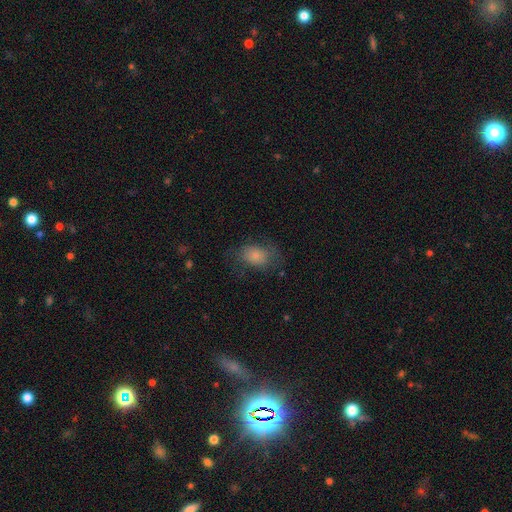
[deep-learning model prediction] This is likely a smooth galaxy (76%). How rounded: likely in between (76%). Merging: possibly none (58%).